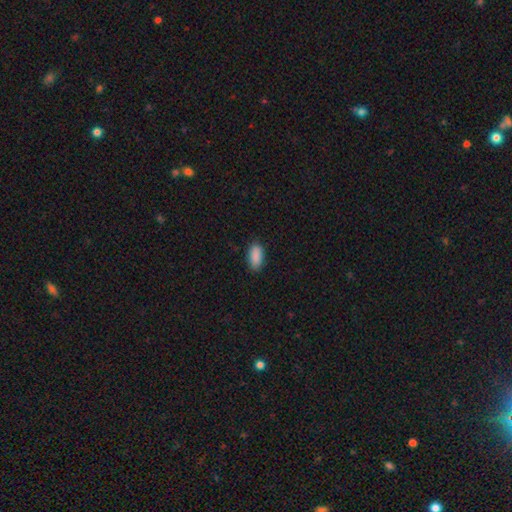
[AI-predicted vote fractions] The model was most divided on "merging": none: 85%, minor disturbance: 11%, major disturbance: 2%, merger: 1%. More confident: how rounded — in between (91%); smooth or featured — smooth (90%).